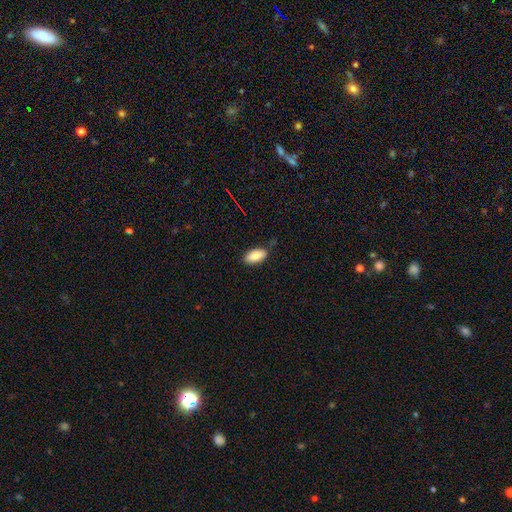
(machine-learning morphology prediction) smooth-or-featured: smooth: 85% | featured or disk: 8% | star or artifact: 7%
  how-rounded: in between: 92% | cigar-shaped: 6% | round: 2%
  merging: none: 76% | minor disturbance: 18% | major disturbance: 3% | merger: 2%